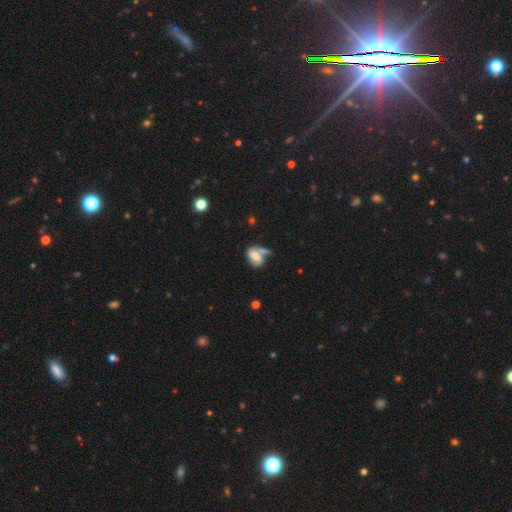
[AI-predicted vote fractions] Smooth or featured? Predicted: smooth (p=0.54). How rounded? Predicted: in between (p=0.79). Merging? Predicted: merger (p=0.37).